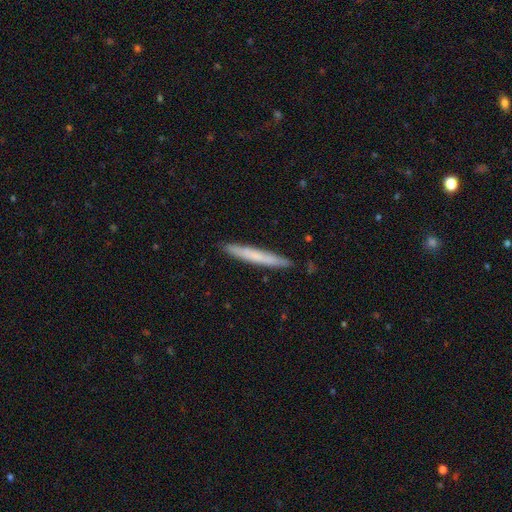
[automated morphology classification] This appears to be a smooth galaxy with no disk features (63%) that is cigar-shaped (96%). Merging: none (89%).